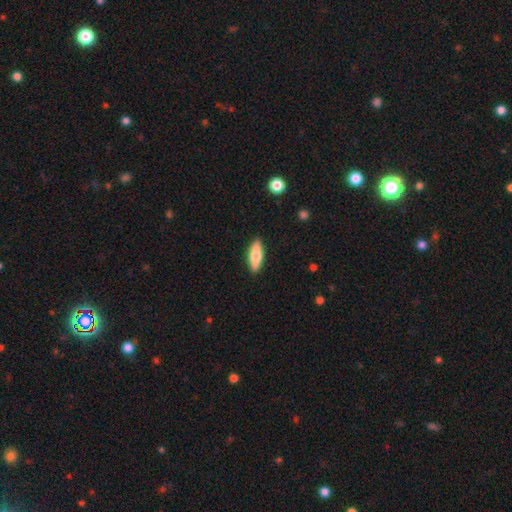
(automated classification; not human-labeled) Smooth or featured? Predicted: smooth (p=0.70). How rounded? Predicted: in between (p=0.54). Merging? Predicted: none (p=0.89).